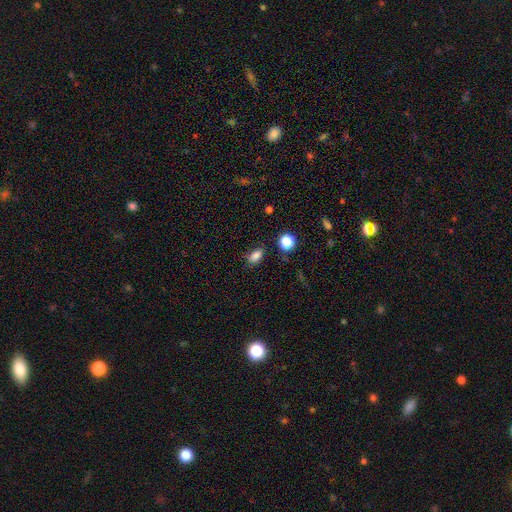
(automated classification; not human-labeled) smooth_or_featured: smooth (p=0.83) [alt: star or artifact p=0.13]
how_rounded: in between (p=0.83) [alt: round p=0.13]
merging: none (p=0.79) [alt: minor disturbance p=0.15]